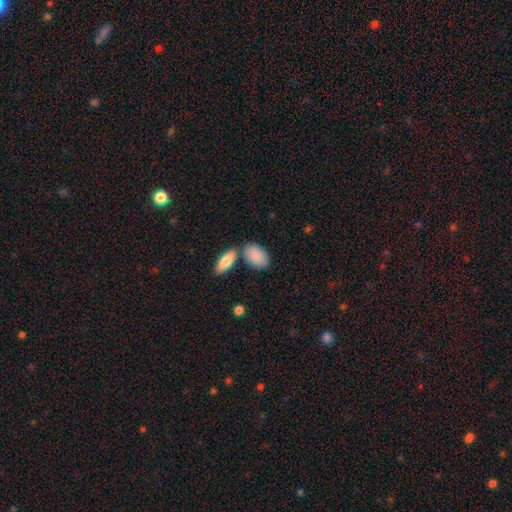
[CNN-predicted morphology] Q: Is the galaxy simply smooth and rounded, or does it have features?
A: smooth — 88%.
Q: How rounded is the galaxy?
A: in between — 93%.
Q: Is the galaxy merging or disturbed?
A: none — 63%.